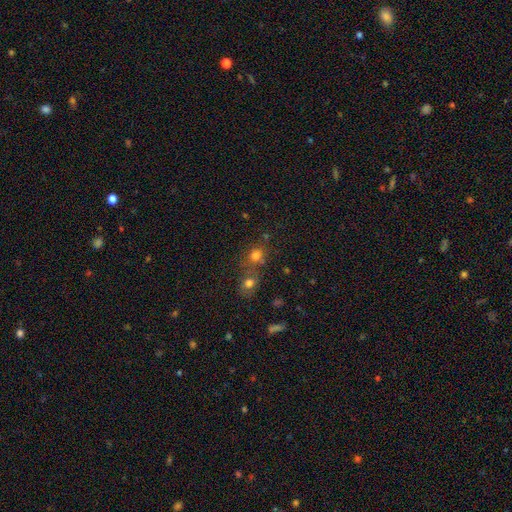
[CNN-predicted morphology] Smooth or featured: smooth — 74% (star or artifact — 18%)
How rounded: round — 73% (in between — 26%)
Merging: none — 49% (merger — 37%)